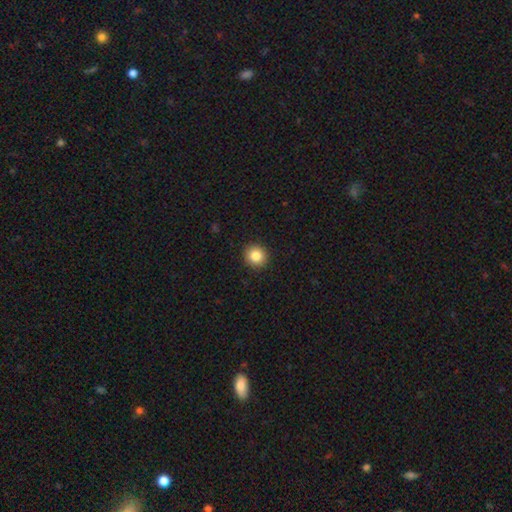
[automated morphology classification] smooth_or_featured: smooth (p=0.85) [alt: star or artifact p=0.10]
how_rounded: round (p=0.91) [alt: in between p=0.08]
merging: none (p=0.93) [alt: minor disturbance p=0.05]